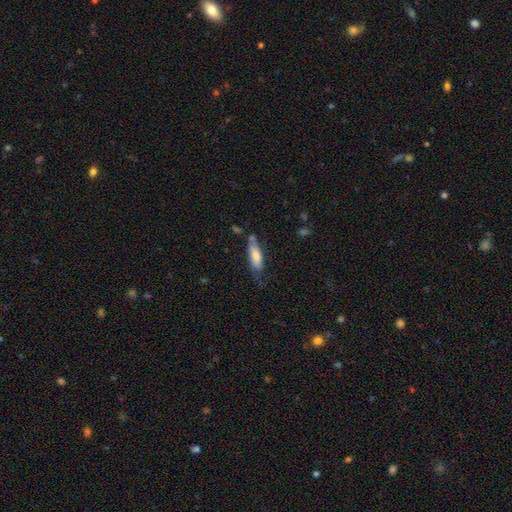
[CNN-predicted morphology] type=smooth (59%); roundness=cigar-shaped (49%, tied with in between); merging=none (53%).